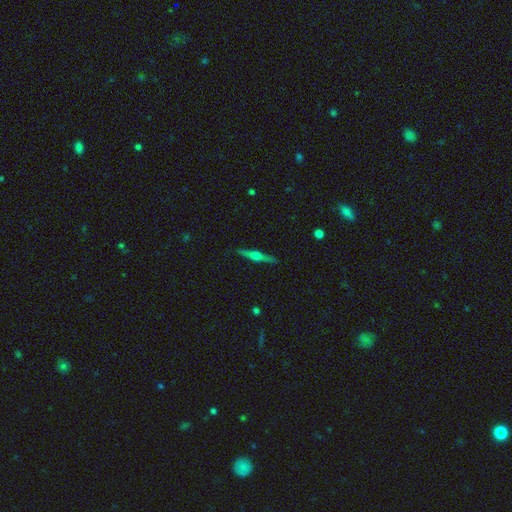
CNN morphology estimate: Smooth or featured? featured or disk (74%)
Edge-on disk? yes (98%)
Edge-on bulge? rounded (86%)
Merging? none (91%)